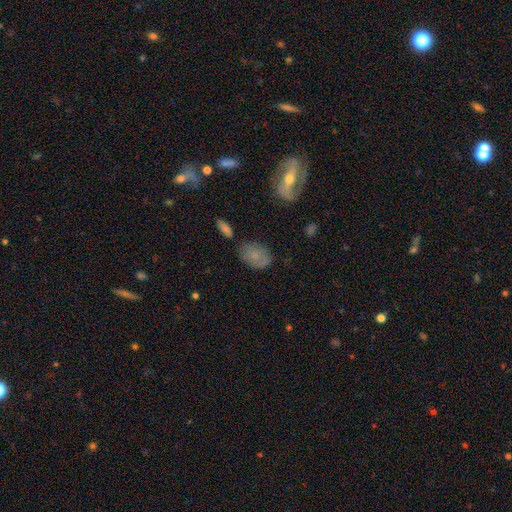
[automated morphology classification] This is likely a smooth galaxy (71%). How rounded: clearly in between (84%). Merging: likely none (64%).